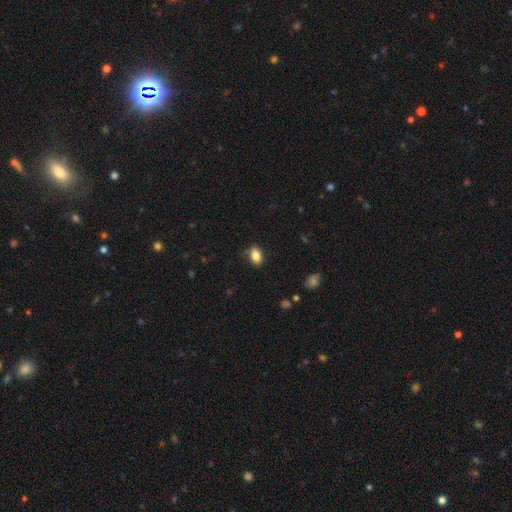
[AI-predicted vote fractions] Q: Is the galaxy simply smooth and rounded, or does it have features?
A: smooth — 83%.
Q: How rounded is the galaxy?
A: in between — 87%.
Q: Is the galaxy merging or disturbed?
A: none — 79%.